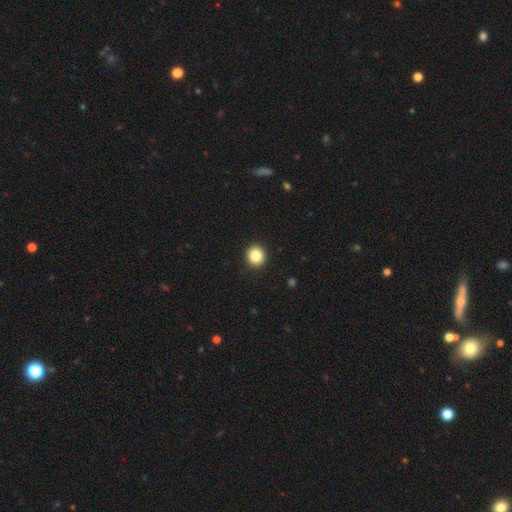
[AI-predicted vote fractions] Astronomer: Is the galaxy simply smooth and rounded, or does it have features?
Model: smooth — 85%.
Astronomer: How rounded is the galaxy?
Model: round — 92%.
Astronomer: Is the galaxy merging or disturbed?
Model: none — 93%.